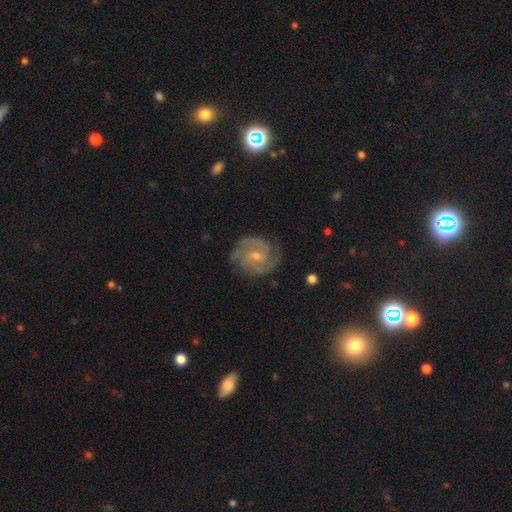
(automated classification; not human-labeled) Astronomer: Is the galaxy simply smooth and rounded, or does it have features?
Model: featured or disk — 84%.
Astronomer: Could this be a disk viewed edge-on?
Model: no — 98%.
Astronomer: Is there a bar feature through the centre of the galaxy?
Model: no — 48% (runner-up: weak, 44%).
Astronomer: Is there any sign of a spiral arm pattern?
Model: yes — 96%.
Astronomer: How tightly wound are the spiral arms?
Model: tight — 46% (runner-up: medium, 44%).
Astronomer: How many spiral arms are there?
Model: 2 — 51%.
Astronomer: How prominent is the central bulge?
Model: small — 58% (runner-up: moderate, 38%).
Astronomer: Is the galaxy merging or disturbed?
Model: none — 76%.